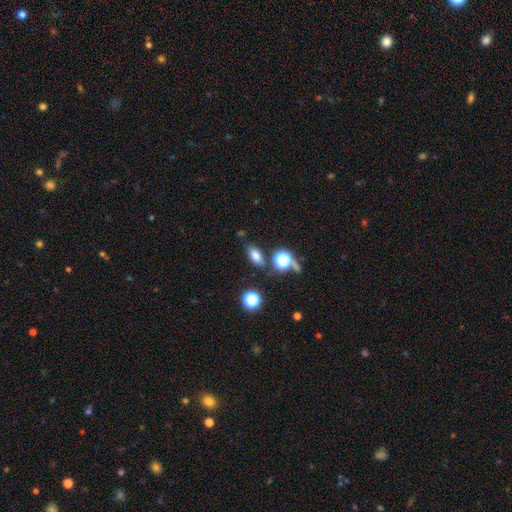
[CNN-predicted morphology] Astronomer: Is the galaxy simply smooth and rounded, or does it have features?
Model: smooth — 72%.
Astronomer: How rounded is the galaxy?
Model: in between — 79%.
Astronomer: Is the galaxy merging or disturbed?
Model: none — 76%.